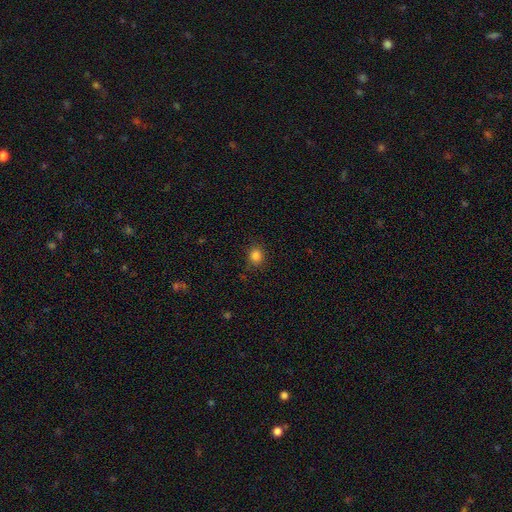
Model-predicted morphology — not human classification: Smooth or featured? Predicted: smooth (p=0.83). How rounded? Predicted: round (p=0.80). Merging? Predicted: none (p=0.86).